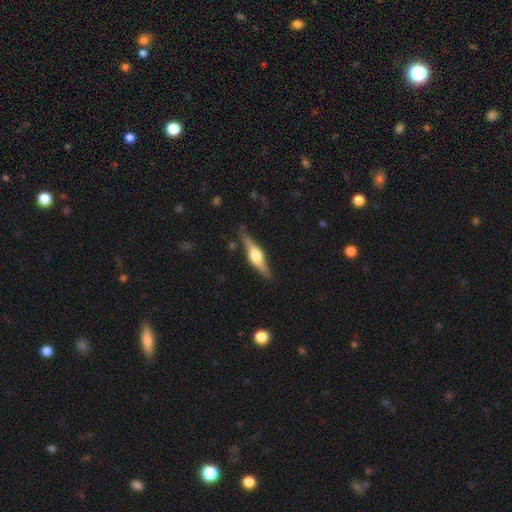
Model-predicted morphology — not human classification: smooth-or-featured: featured or disk: 73% | smooth: 21% | star or artifact: 6%
  disk-edge-on: yes: 97% | no: 3%
    edge-on-bulge: rounded: 92% | boxy: 6% | none: 2%
  merging: none: 84% | minor disturbance: 12% | major disturbance: 2% | merger: 2%